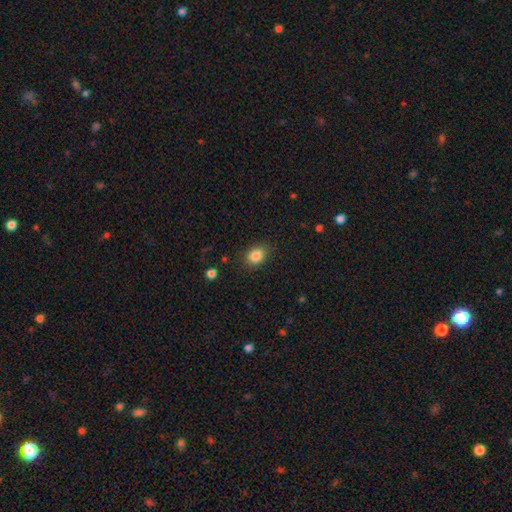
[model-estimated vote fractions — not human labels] smooth 86%, star or artifact 9%, featured or disk 5%. Down the decision tree: how rounded — in between (65%); merging — none (83%).